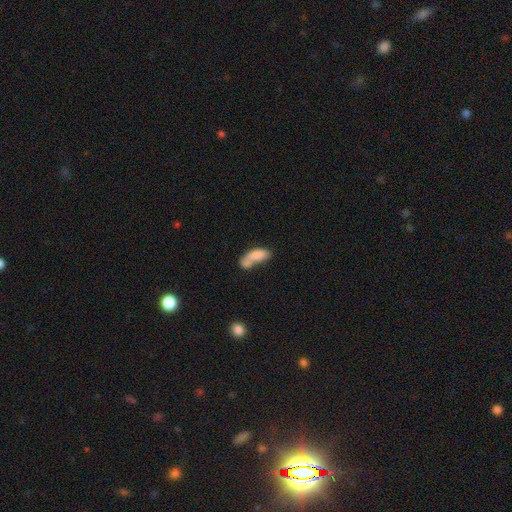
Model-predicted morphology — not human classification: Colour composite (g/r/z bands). It shows a smooth galaxy with no disk features (76%) that is in between round and cigar-shaped (77%). Merging: merger (52%).